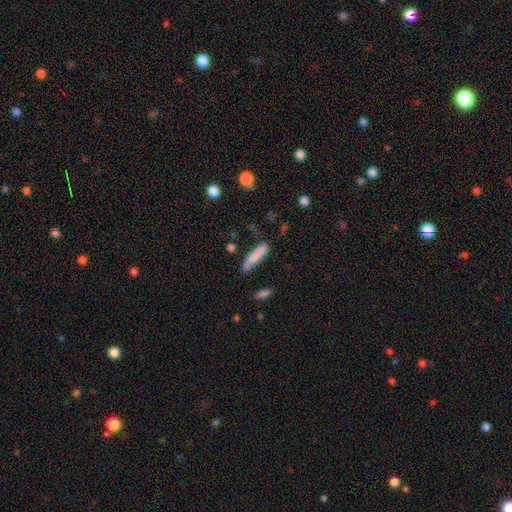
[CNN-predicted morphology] Smooth or featured?
  - smooth: 81% *
  - featured or disk: 12%
  - star or artifact: 7%
How rounded?
  - cigar-shaped: 81% *
  - in between: 17%
  - round: 2%
Merging?
  - none: 71% *
  - minor disturbance: 20%
  - major disturbance: 5%
  - merger: 4%